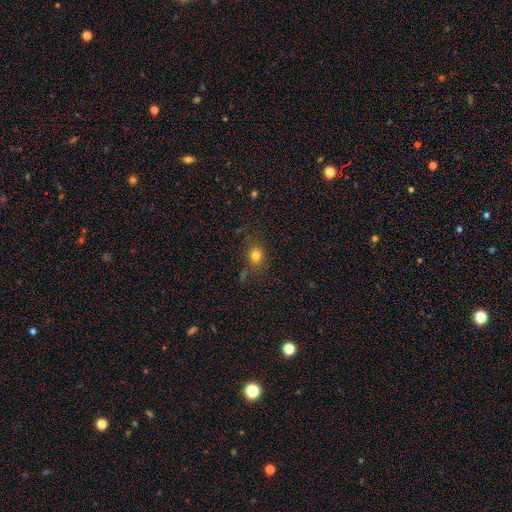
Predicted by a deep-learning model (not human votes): smooth-or-featured: smooth: 77% | star or artifact: 15% | featured or disk: 8%
  how-rounded: round: 67% | in between: 32% | cigar-shaped: 1%
  merging: none: 74% | minor disturbance: 15% | major disturbance: 6% | merger: 5%